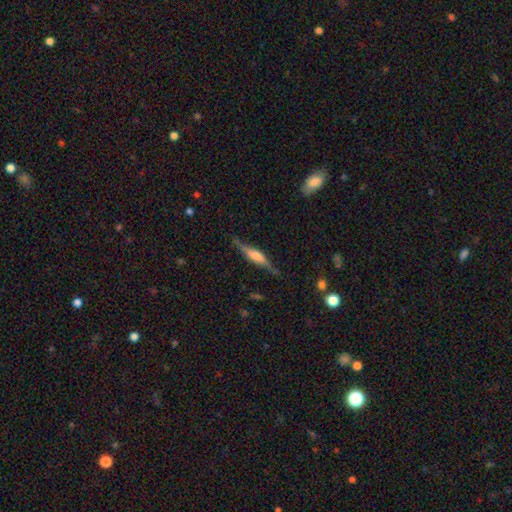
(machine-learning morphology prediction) Smooth or featured?
  - featured or disk: 68% *
  - smooth: 26%
  - star or artifact: 6%
Edge-on disk?
  - yes: 95% *
  - no: 5%
Edge-on bulge?
  - rounded: 61% *
  - boxy: 32%
  - none: 7%
Merging?
  - none: 80% *
  - minor disturbance: 14%
  - major disturbance: 4%
  - merger: 2%